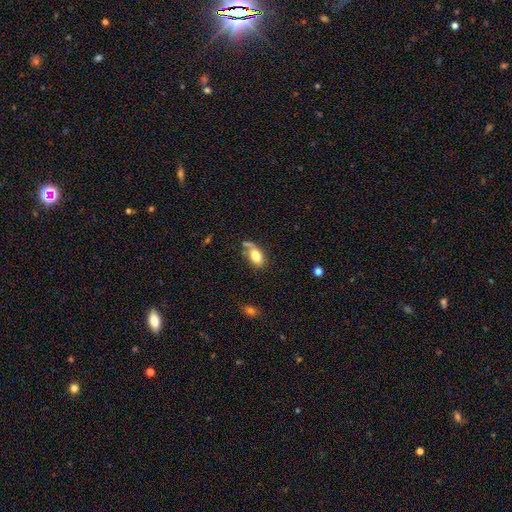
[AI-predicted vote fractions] This is likely a smooth galaxy (77%). How rounded: clearly in between (88%). Merging: possibly none (51%).